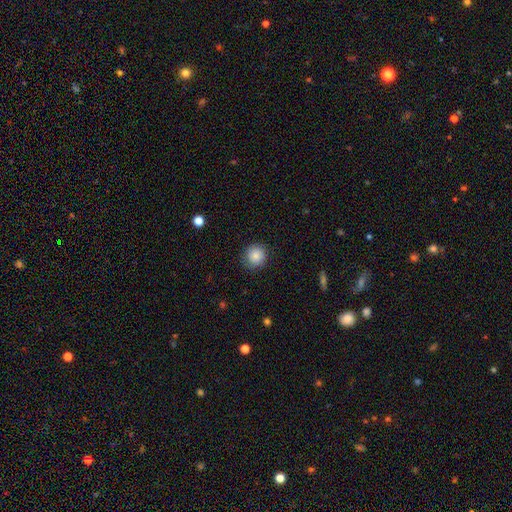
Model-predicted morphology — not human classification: This is clearly a smooth galaxy (85%). How rounded: clearly round (91%). Merging: clearly none (83%).